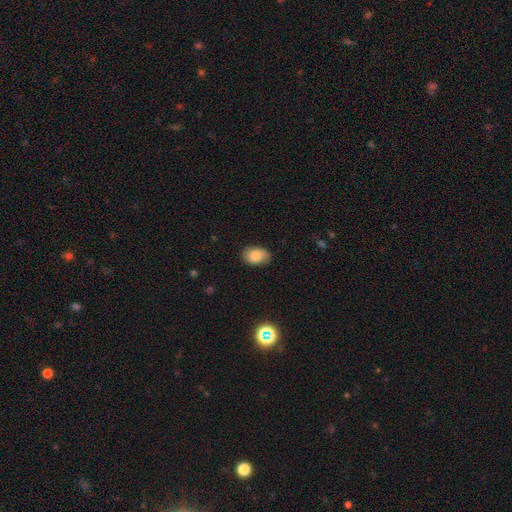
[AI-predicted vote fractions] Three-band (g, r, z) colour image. It shows a smooth galaxy with no disk features (81%) that is in between round and cigar-shaped (83%). Merging: none (80%).